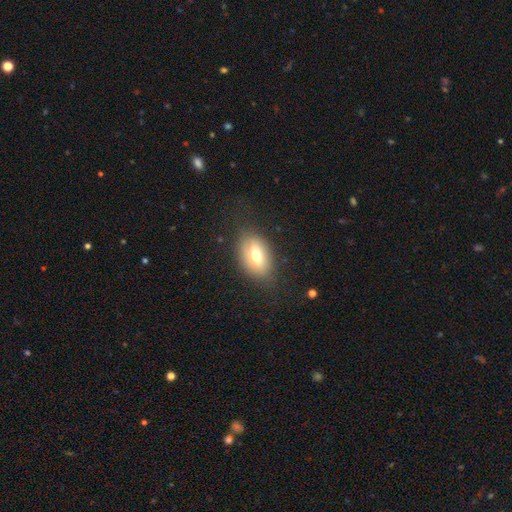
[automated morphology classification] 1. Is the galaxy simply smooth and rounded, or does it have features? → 68% smooth, 23% featured or disk, 8% star or artifact.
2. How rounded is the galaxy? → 88% in between, 9% round, 3% cigar-shaped.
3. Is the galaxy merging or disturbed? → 76% none, 16% minor disturbance, 7% major disturbance, 1% merger.